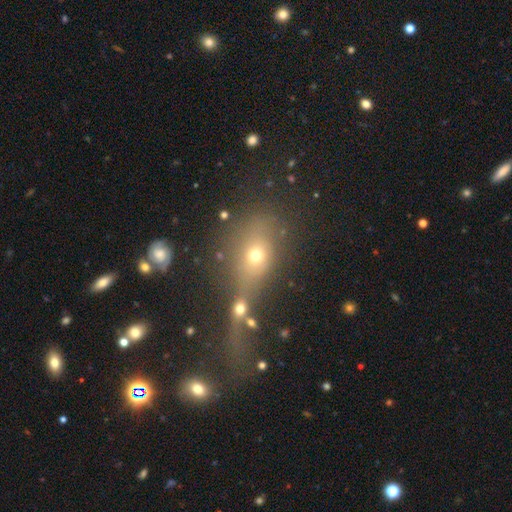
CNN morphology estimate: Smooth or featured? Predicted: smooth (p=0.58). How rounded? Predicted: in between (p=0.56). Merging? Predicted: merger (p=0.39, tied with none).